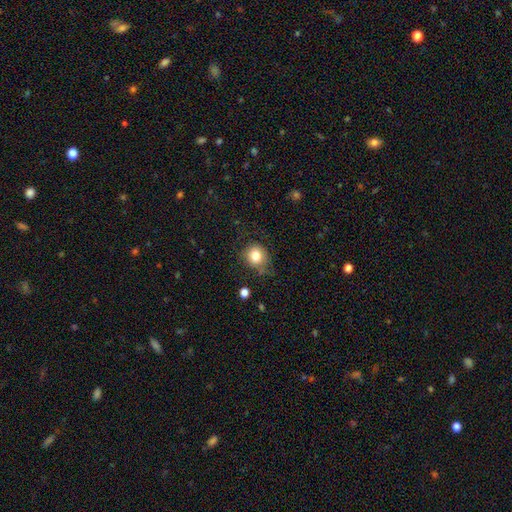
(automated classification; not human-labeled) Smooth or featured? Predicted: smooth (p=0.81). How rounded? Predicted: round (p=0.81). Merging? Predicted: none (p=0.69).